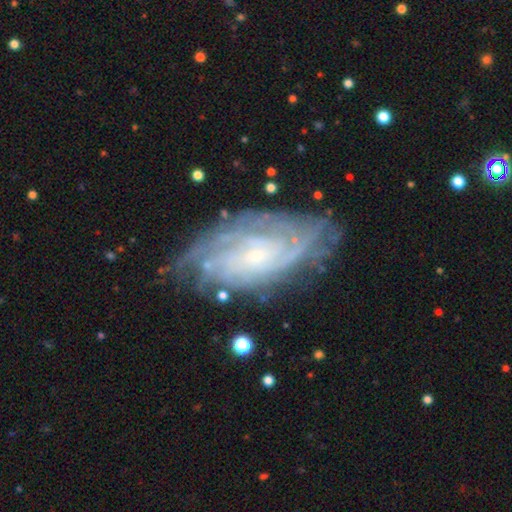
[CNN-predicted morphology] This appears to be a featured or disk galaxy (84%) with no bar (71%), tight (73%) spiral arms (95%) and a small central bulge (79%). Merging: none (73%).